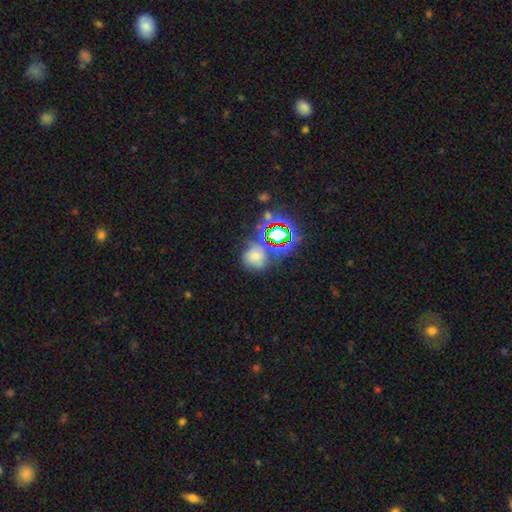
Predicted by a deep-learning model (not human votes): Smooth or featured? smooth (51%)
How rounded? round (80%)
Merging? none (60%)